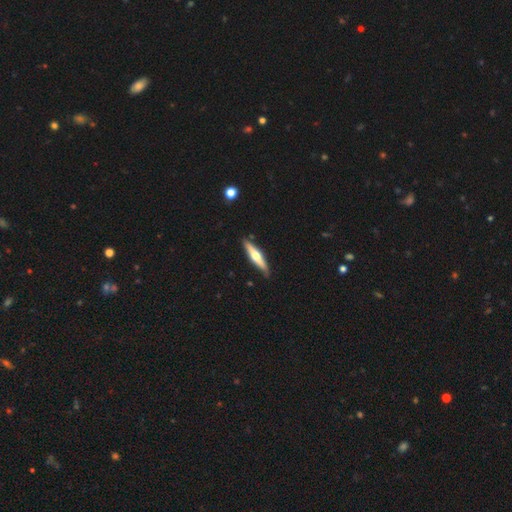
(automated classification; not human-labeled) This appears to be a featured or disk galaxy (58%) viewed edge-on (95%) with a rounded central bulge (92%). Merging: none (87%).